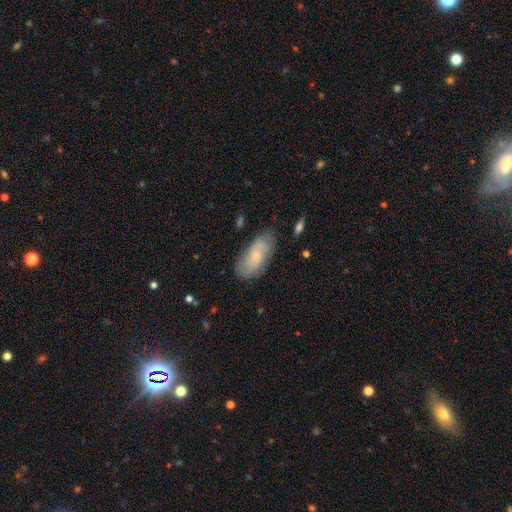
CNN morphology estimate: Smooth or featured? featured or disk (47%)
Merging? none (73%)